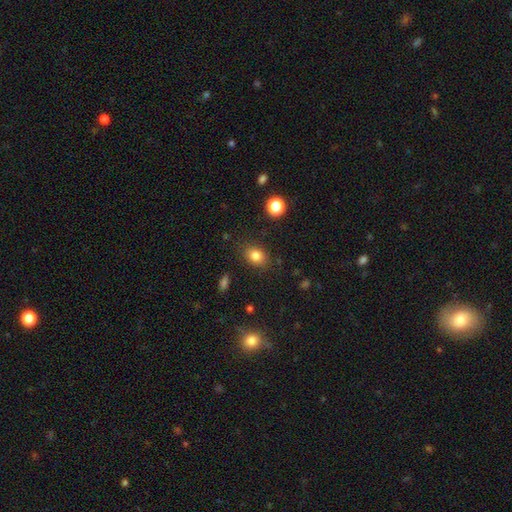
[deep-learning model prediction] Smooth or featured? smooth (82%)
How rounded? in between (61%)
Merging? none (84%)